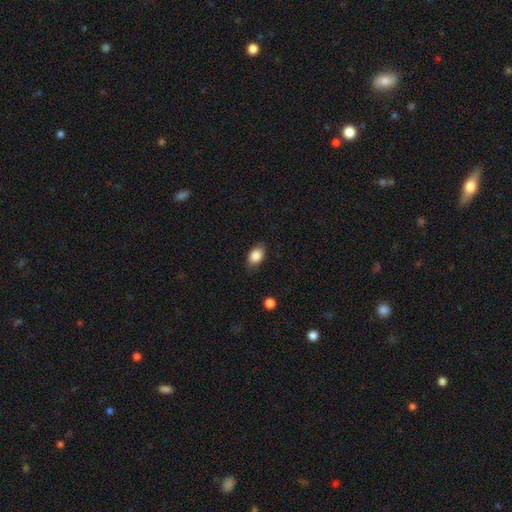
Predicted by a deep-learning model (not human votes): Morphology: type=smooth (87%); roundness=in between (86%); merging=none (82%).